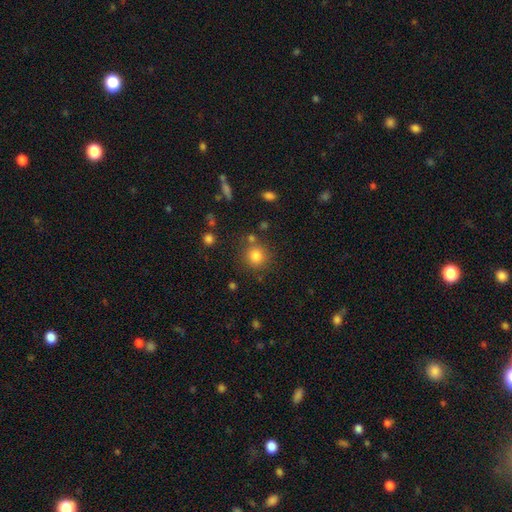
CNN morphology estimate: Smooth or featured?
  - smooth: 82% *
  - star or artifact: 12%
  - featured or disk: 6%
How rounded?
  - round: 91% *
  - in between: 8%
  - cigar-shaped: 1%
Merging?
  - none: 77% *
  - minor disturbance: 10%
  - merger: 9%
  - major disturbance: 4%